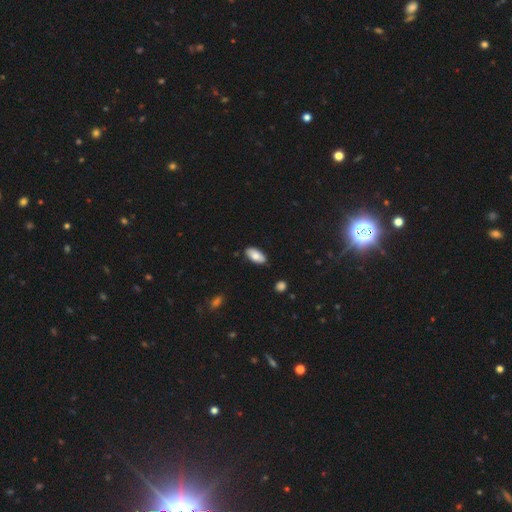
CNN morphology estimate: smooth 81%, featured or disk 13%, star or artifact 6%. Down the decision tree: how rounded — in between (92%); merging — none (85%).